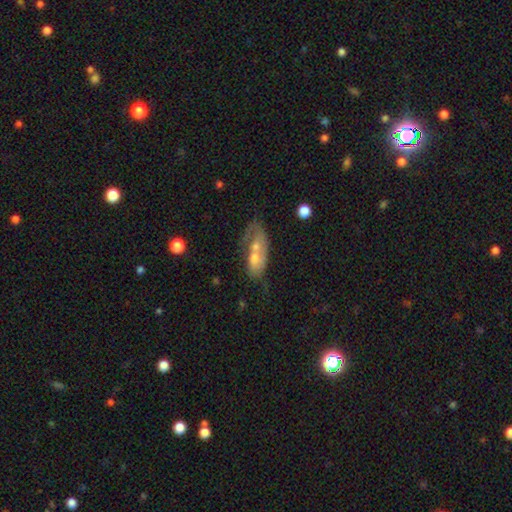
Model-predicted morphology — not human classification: Overall: smooth (48%; featured or disk 44%). Merging: merger (53%; none 18%).